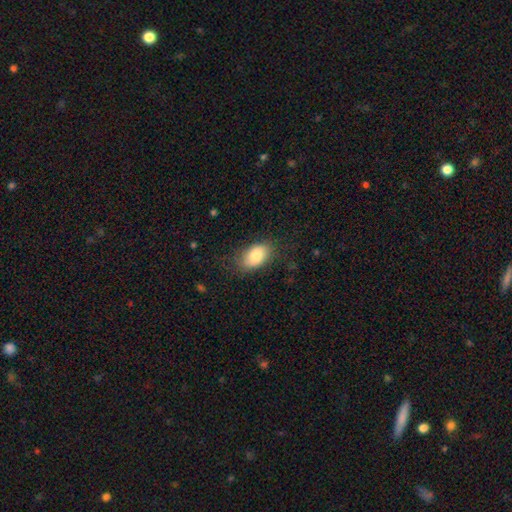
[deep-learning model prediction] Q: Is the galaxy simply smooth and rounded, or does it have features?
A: smooth — 81%.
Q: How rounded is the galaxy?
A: in between — 91%.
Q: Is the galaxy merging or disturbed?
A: none — 78%.